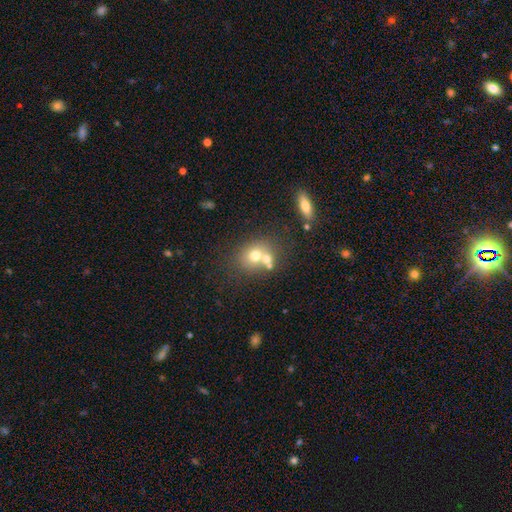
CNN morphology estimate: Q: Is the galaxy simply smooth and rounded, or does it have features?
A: smooth — 66%.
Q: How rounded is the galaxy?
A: round — 67%.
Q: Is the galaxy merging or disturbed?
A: none — 44%.